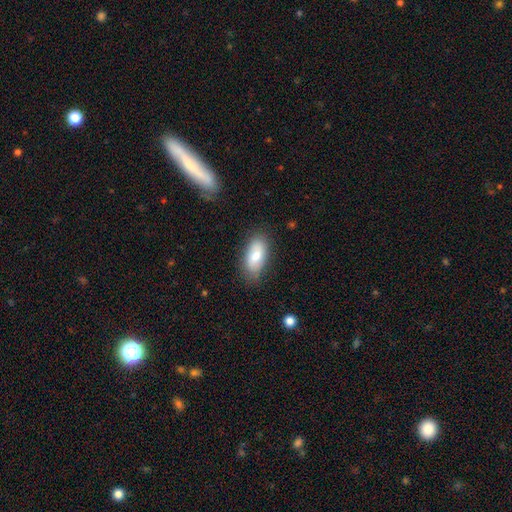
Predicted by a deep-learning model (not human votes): A smooth galaxy with no disk features (77%) that is in between round and cigar-shaped (91%).

Vote fractions:
- Smooth or featured? smooth: 77% / featured or disk: 17% / star or artifact: 7%
- How rounded? in between: 91% / cigar-shaped: 6% / round: 3%
- Merging? none: 77% / minor disturbance: 17% / major disturbance: 4% / merger: 2%